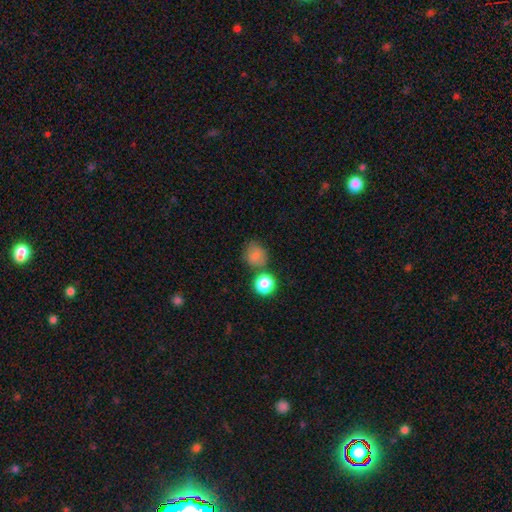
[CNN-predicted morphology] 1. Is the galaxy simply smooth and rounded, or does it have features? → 80% smooth, 13% star or artifact, 7% featured or disk.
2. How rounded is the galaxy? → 76% round, 23% in between, 1% cigar-shaped.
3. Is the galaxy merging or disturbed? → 62% none, 17% minor disturbance, 14% merger, 7% major disturbance.